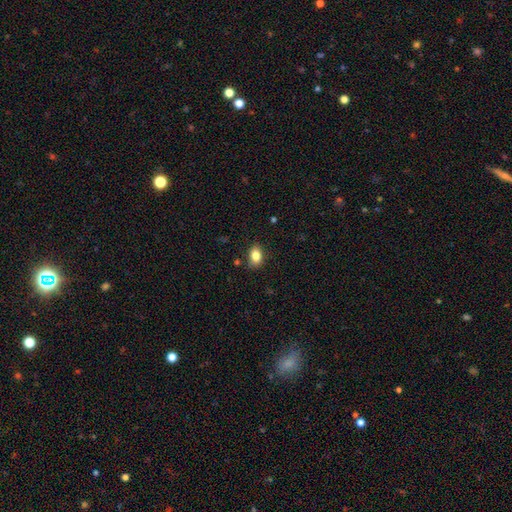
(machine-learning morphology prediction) This is clearly a smooth galaxy (83%). How rounded: likely in between (79%). Merging: clearly none (82%).